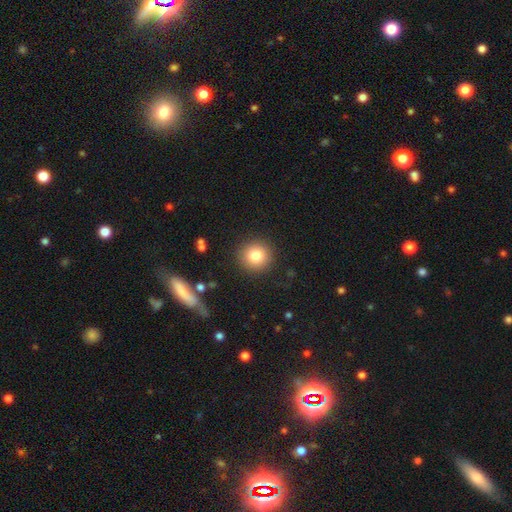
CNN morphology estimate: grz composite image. It shows a smooth galaxy with no disk features (81%) that is round (94%). Merging: none (90%).